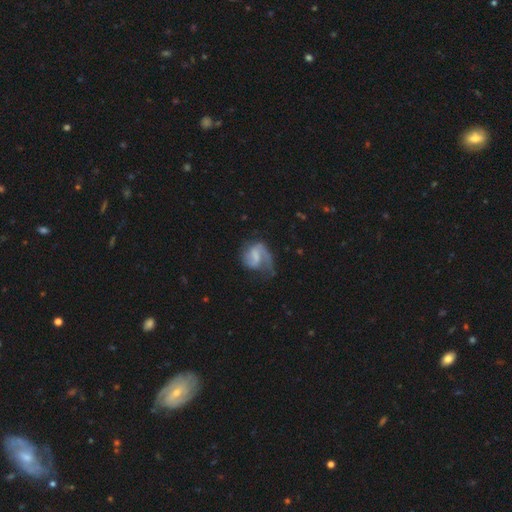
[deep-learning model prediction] Morphology: type=featured or disk (65%); edge-on=no (98%); bar=weak (47%); spiral arms=yes (84%); winding=loose (40%, tied with medium); arm count=2 (45%); bulge=none (47%); merging=none (37%).